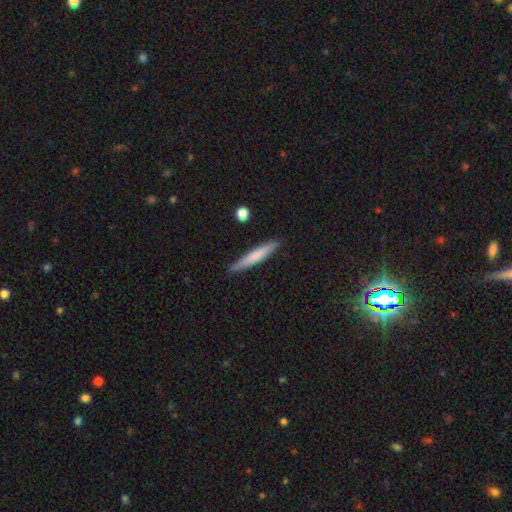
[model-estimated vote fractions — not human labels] smooth-or-featured: smooth: 67% | featured or disk: 28% | star or artifact: 6%
  how-rounded: cigar-shaped: 95% | in between: 4% | round: 1%
  merging: none: 88% | minor disturbance: 9% | merger: 2% | major disturbance: 2%